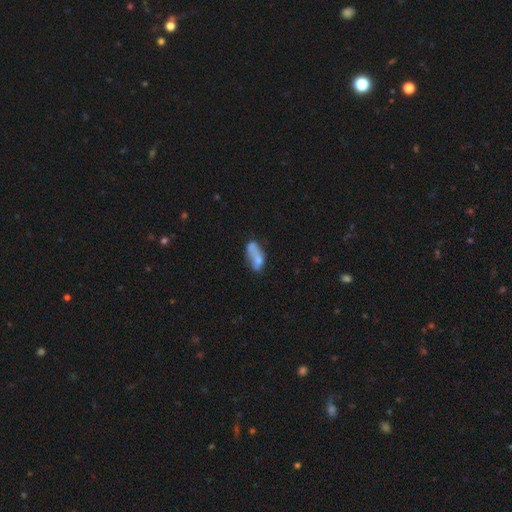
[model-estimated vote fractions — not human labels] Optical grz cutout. It shows a smooth galaxy with no disk features (60%) that is in between round and cigar-shaped (77%). Merging: merger (34%).